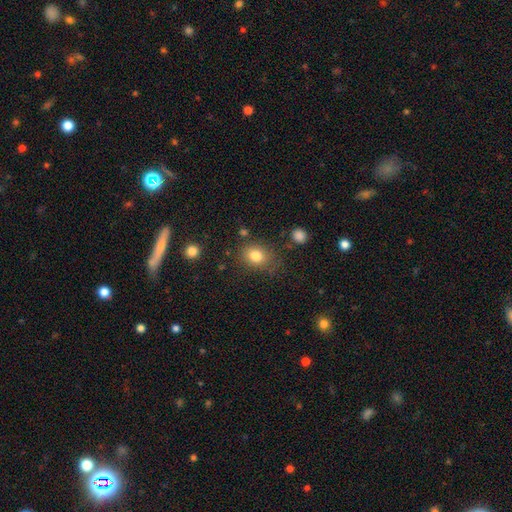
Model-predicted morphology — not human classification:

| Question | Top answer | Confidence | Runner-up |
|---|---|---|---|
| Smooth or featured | smooth | 81% | star or artifact (11%) |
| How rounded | round | 51% | in between (49%) |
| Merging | none | 75% | minor disturbance (16%) |